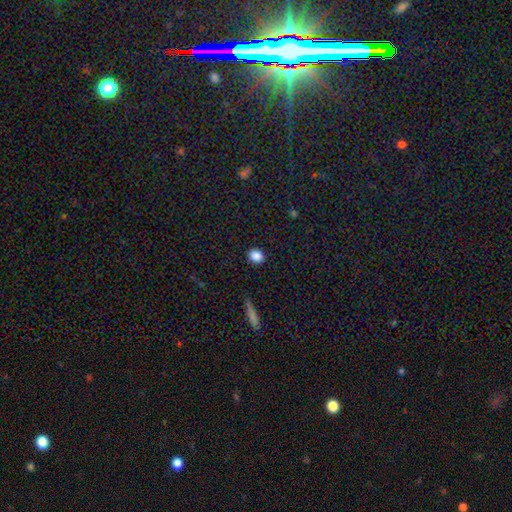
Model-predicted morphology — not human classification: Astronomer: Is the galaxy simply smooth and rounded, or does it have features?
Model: smooth — 86%.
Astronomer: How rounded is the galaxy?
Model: round — 58% (runner-up: in between, 40%).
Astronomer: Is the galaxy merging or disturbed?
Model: none — 90%.